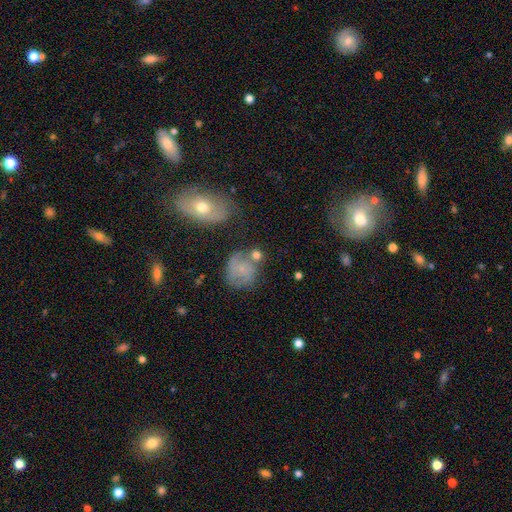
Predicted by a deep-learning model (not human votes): This is possibly a smooth galaxy (47%). Merging: possibly none (56%).